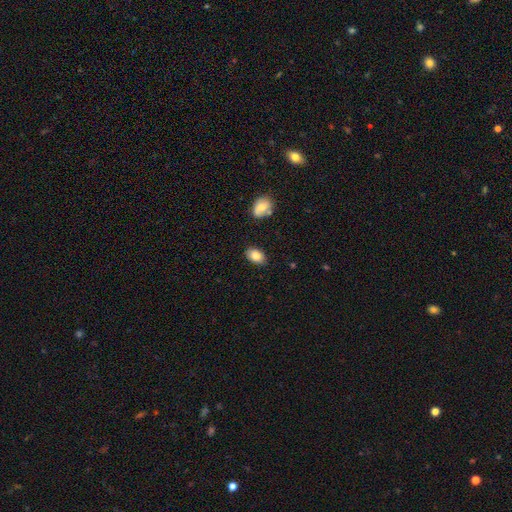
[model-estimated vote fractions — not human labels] A smooth galaxy with no disk features (86%) that is in between round and cigar-shaped (87%). Merging: none (82%).